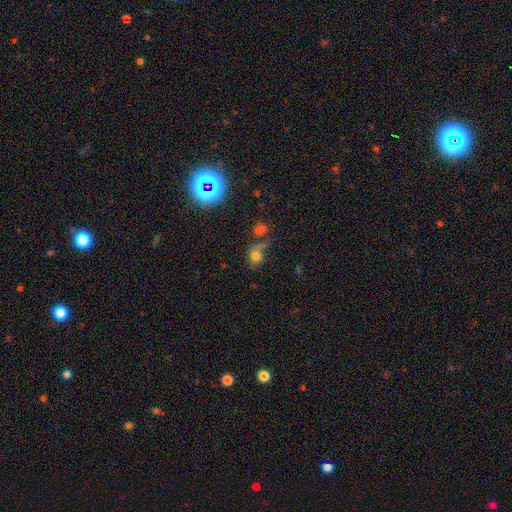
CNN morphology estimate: A smooth galaxy with no disk features (65%) that is round (54%). Merging: none (42%).